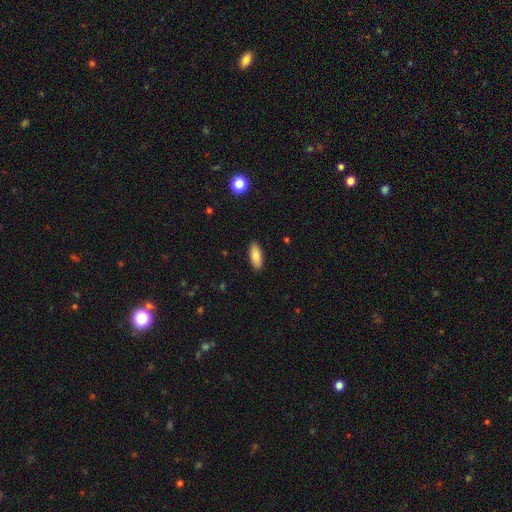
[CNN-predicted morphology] smooth_or_featured: smooth (p=0.86) [alt: featured or disk p=0.08]
how_rounded: in between (p=0.79) [alt: cigar-shaped p=0.19]
merging: none (p=0.90) [alt: minor disturbance p=0.08]